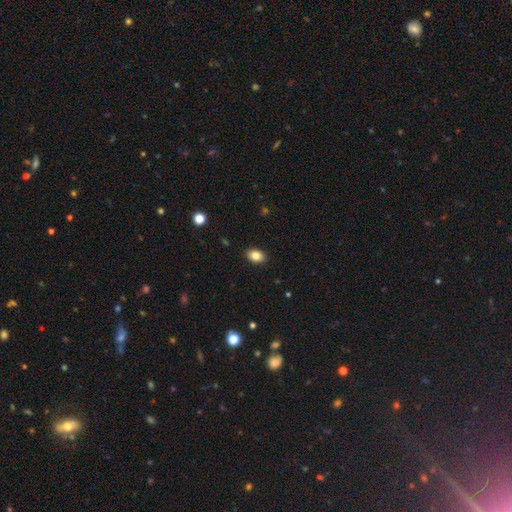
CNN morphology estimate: Smooth or featured? Predicted: smooth (p=0.85). How rounded? Predicted: in between (p=0.82). Merging? Predicted: none (p=0.89).